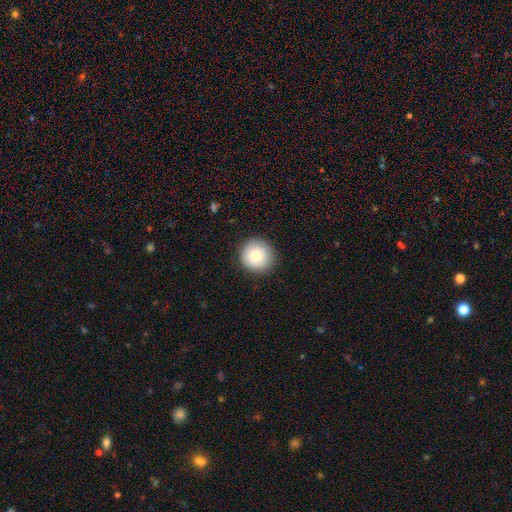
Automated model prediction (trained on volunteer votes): Q: Smooth or featured?
A: smooth (78%); runner-up: featured or disk (13%)
Q: How rounded?
A: round (94%); runner-up: in between (5%)
Q: Merging?
A: none (88%); runner-up: minor disturbance (8%)